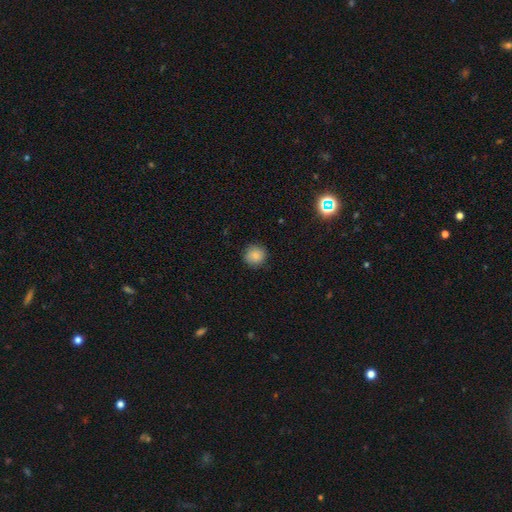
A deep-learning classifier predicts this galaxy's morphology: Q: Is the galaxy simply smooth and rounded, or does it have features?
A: smooth — 85%.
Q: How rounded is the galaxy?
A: round — 92%.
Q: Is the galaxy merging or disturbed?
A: none — 88%.